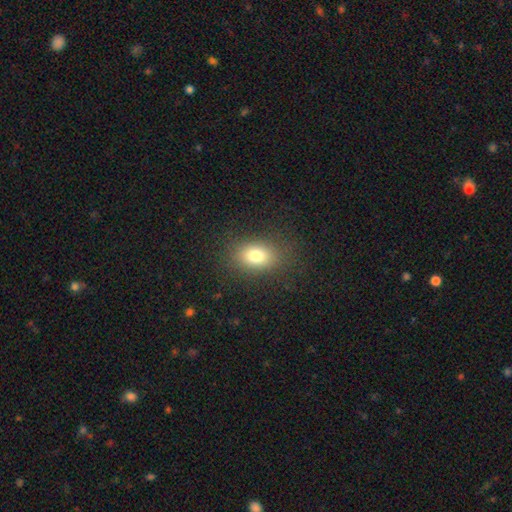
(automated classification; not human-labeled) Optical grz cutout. It shows a smooth galaxy with no disk features (79%) that is in between round and cigar-shaped (75%). Merging: none (83%).